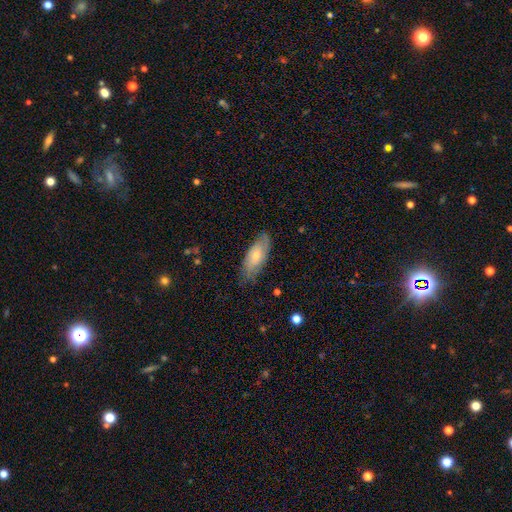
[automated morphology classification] This is possibly a smooth galaxy (47%). Merging: likely none (76%).